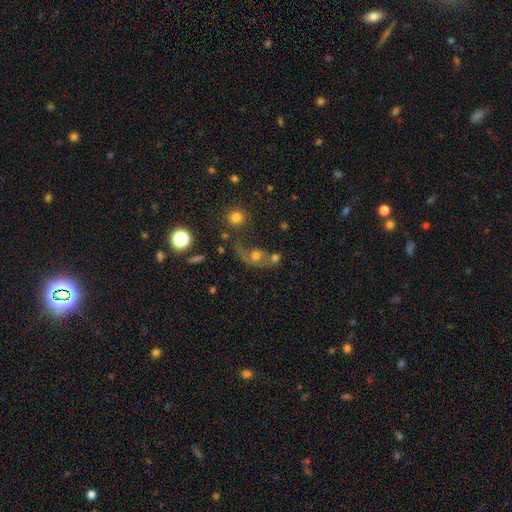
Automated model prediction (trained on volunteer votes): Smooth or featured? smooth (42%)
Merging? merger (35%)